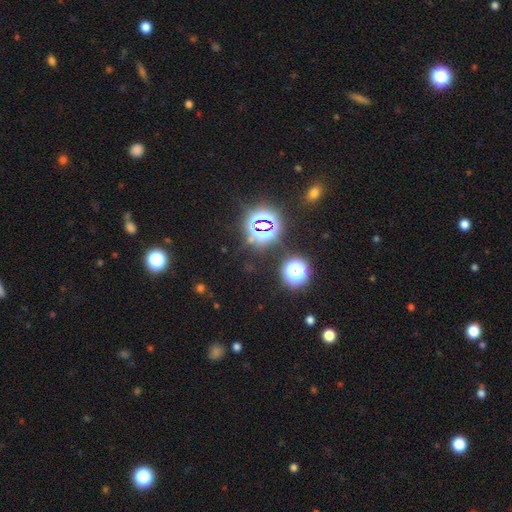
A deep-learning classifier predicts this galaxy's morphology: Q: Smooth or featured?
A: star or artifact (78%); runner-up: smooth (15%)